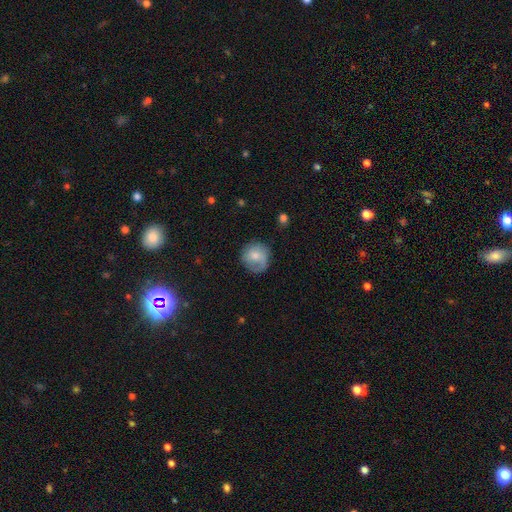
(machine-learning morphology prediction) Smooth or featured? smooth (63%)
How rounded? round (86%)
Merging? none (64%)